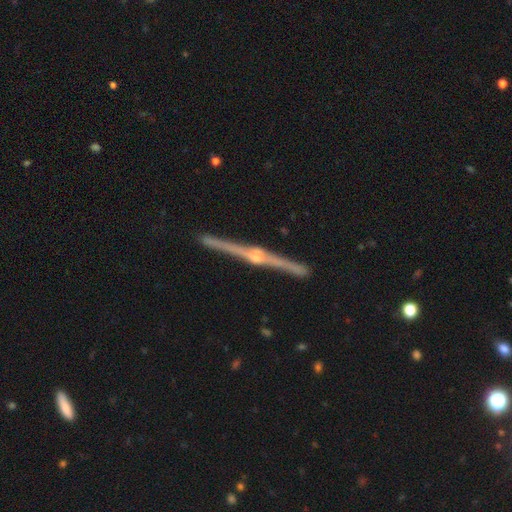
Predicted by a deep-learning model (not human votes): smooth_or_featured: featured or disk (p=0.89) [alt: smooth p=0.06]
disk_edge_on: yes (p=0.99) [alt: no p=0.01]
edge_on_bulge: rounded (p=0.91) [alt: boxy p=0.05]
merging: none (p=0.92) [alt: minor disturbance p=0.06]